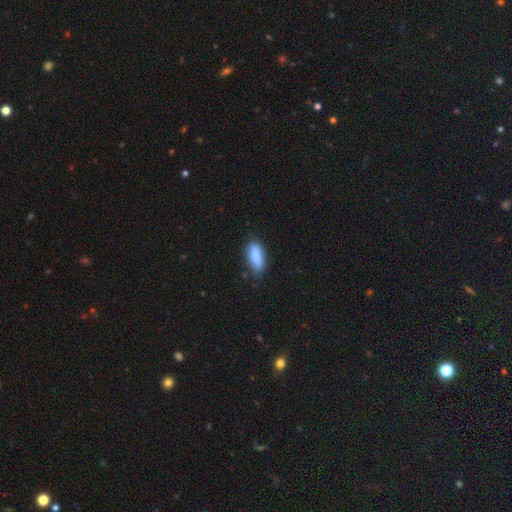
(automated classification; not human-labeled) The model was most divided on "merging": none: 73%, minor disturbance: 22%, major disturbance: 4%, merger: 2%. More confident: smooth or featured — smooth (88%); how rounded — in between (83%).